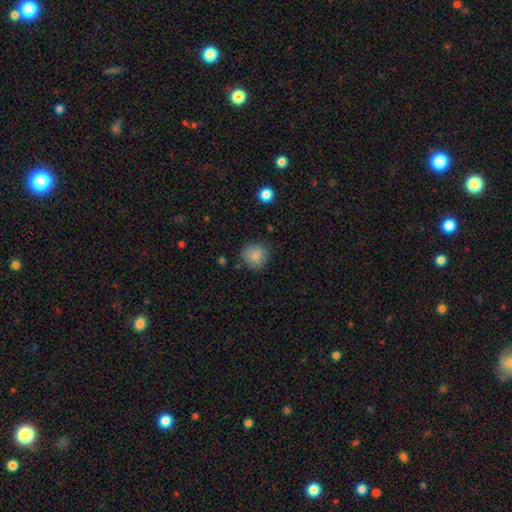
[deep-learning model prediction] Smooth or featured: smooth — 85% (star or artifact — 9%)
How rounded: round — 89% (in between — 10%)
Merging: none — 82% (minor disturbance — 13%)